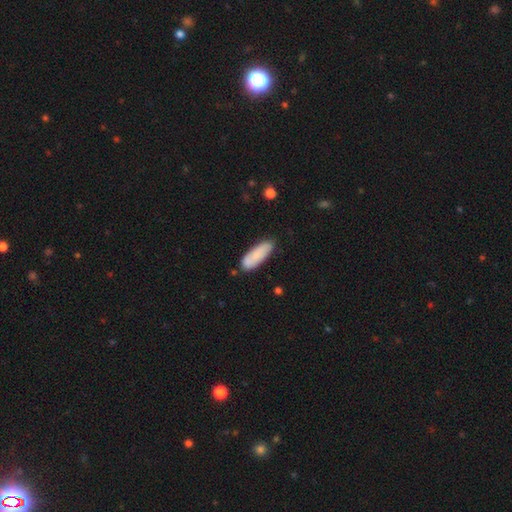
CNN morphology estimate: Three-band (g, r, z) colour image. It shows a smooth galaxy with no disk features (79%) that is in between round and cigar-shaped (60%). Merging: none (78%).